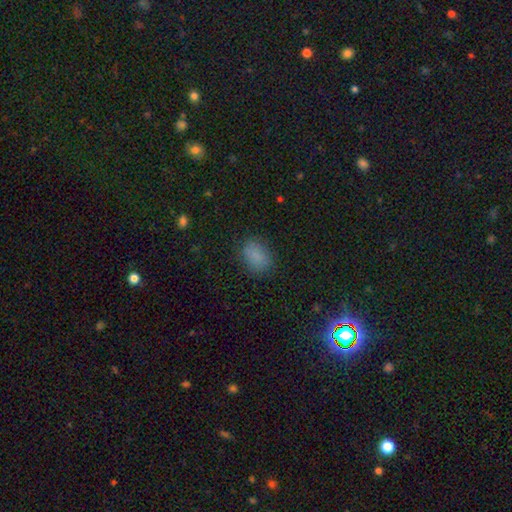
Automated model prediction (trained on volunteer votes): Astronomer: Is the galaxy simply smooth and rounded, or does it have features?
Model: smooth — 82%.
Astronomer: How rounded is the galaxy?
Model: in between — 76%.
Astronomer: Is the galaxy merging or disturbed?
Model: none — 81%.